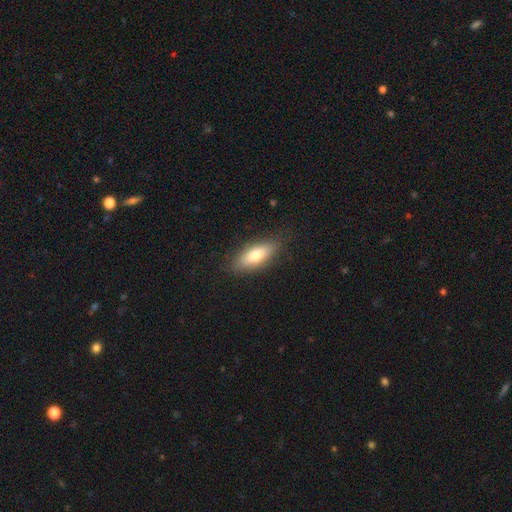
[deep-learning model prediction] smooth-or-featured: smooth: 72% | featured or disk: 21% | star or artifact: 7%
  how-rounded: in between: 72% | cigar-shaped: 24% | round: 3%
  merging: none: 84% | minor disturbance: 12% | major disturbance: 3% | merger: 1%